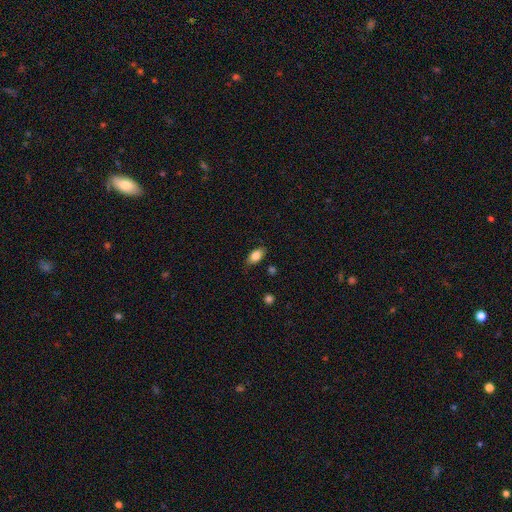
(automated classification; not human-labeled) Overall: smooth (83%). How rounded: in between (89%). Merging: none (79%).